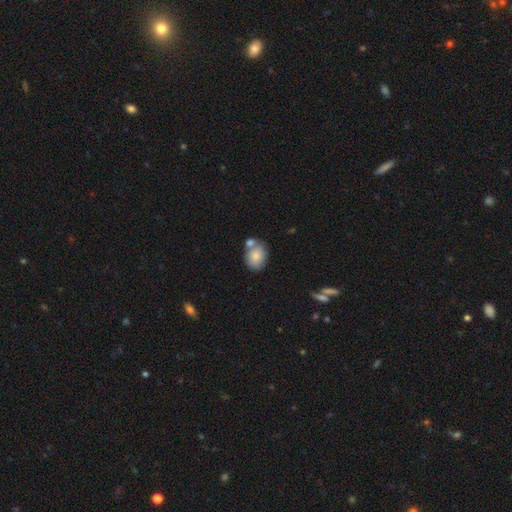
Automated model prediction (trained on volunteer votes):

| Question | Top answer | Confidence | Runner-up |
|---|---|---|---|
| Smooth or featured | smooth | 81% | featured or disk (11%) |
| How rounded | in between | 55% | round (44%) |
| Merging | none | 54% | merger (29%) |